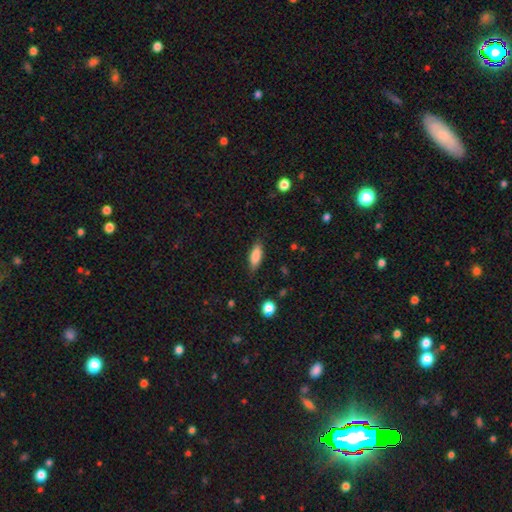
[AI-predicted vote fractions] Smooth or featured: smooth — 82% (featured or disk — 11%)
How rounded: in between — 65% (cigar-shaped — 33%)
Merging: none — 83% (minor disturbance — 13%)